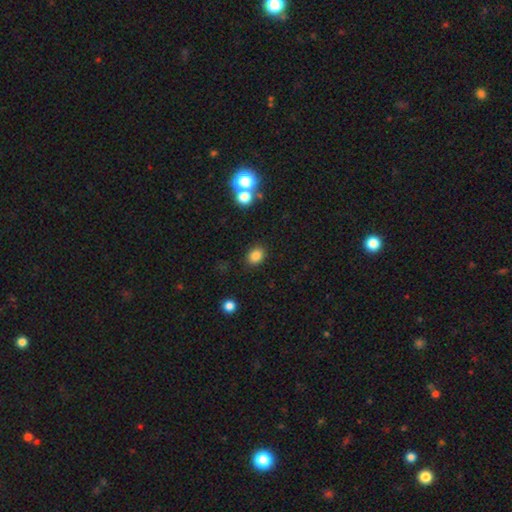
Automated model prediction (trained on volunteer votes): Morphology: type=smooth (83%); roundness=in between (52%); merging=none (87%).